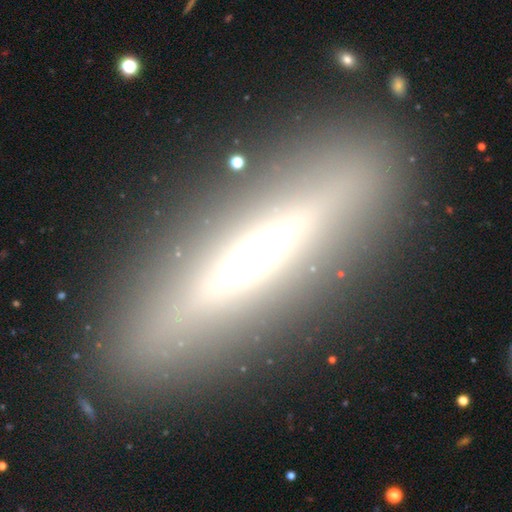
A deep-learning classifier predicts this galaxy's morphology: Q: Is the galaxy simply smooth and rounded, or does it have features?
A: featured or disk — 65%.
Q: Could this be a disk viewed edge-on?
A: yes — 88%.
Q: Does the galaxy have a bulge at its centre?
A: rounded — 72%.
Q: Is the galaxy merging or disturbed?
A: none — 85%.